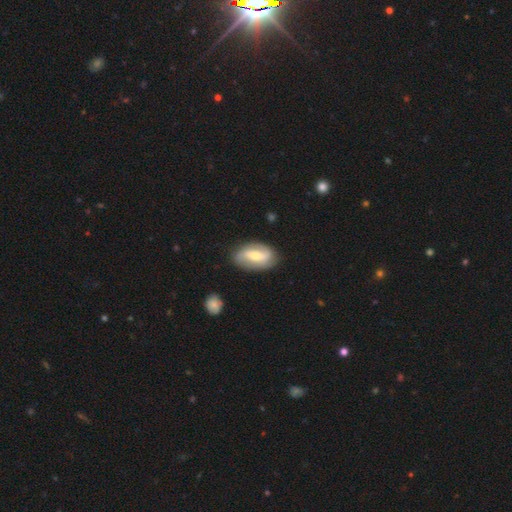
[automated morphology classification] Overall: featured or disk (66%; smooth 29%). Edge-on disk: no (94%). Bar: weak (38%; strong 36%). Spiral arms: yes (83%). Spiral arm count: 2 (83%). Spiral winding: loose (39%; medium 36%). Bulge size: moderate (52%; small 42%). Merging: none (81%).